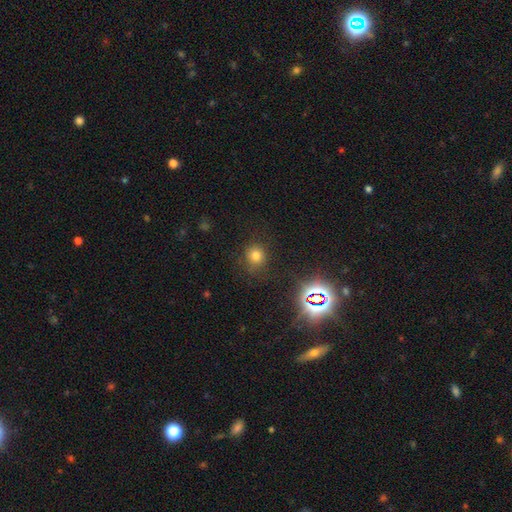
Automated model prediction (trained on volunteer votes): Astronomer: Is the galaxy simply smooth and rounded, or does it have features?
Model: smooth — 73%.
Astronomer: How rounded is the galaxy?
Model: round — 86%.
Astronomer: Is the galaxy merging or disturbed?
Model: none — 81%.